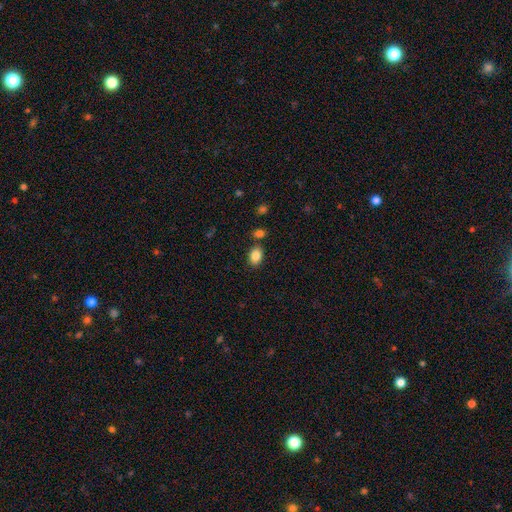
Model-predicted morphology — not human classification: The model was most divided on "how rounded": in between: 79%, round: 20%, cigar-shaped: 1%. More confident: smooth or featured — smooth (86%); merging — none (79%).